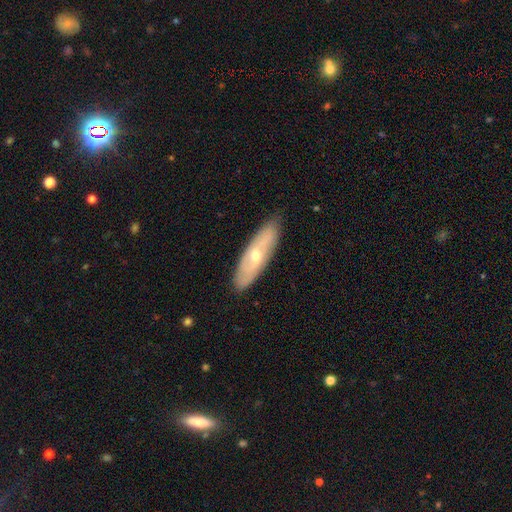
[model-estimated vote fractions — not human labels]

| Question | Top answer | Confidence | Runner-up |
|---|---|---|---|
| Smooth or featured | featured or disk | 56% | smooth (37%) |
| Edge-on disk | no | 65% | yes (35%) |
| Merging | none | 85% | minor disturbance (12%) |